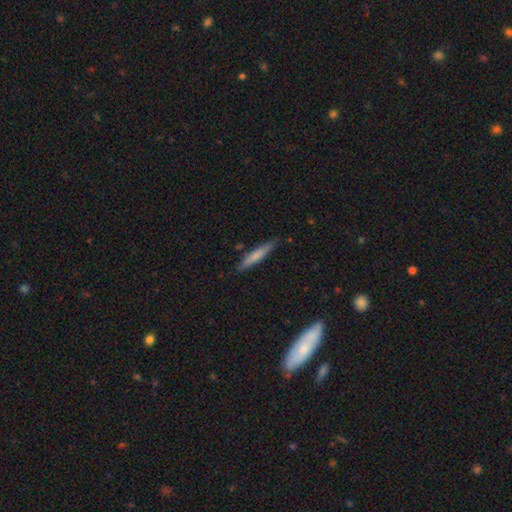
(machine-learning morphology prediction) smooth_or_featured: smooth (p=0.69) [alt: featured or disk p=0.25]
how_rounded: cigar-shaped (p=0.92) [alt: in between p=0.06]
merging: none (p=0.85) [alt: minor disturbance p=0.11]